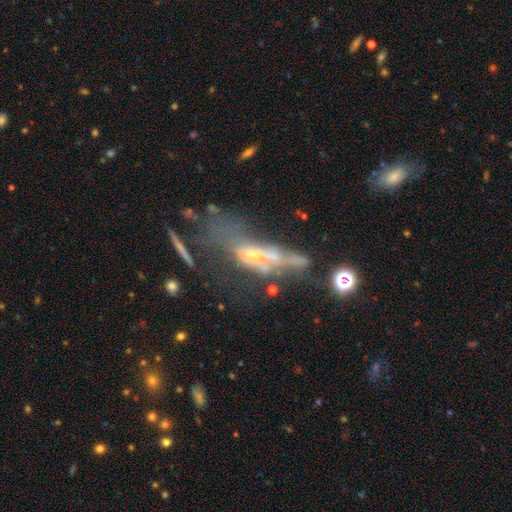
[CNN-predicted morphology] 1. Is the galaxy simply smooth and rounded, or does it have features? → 57% featured or disk, 27% smooth, 16% star or artifact.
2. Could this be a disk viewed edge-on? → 72% no, 28% yes.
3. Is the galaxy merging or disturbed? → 36% merger (tied), 36% major disturbance (tied), 16% none, 12% minor disturbance.